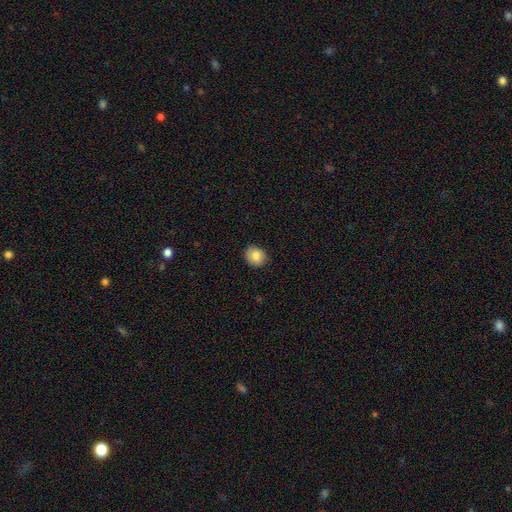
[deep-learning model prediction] Q: Smooth or featured?
A: smooth (83%); runner-up: star or artifact (9%)
Q: How rounded?
A: round (72%); runner-up: in between (27%)
Q: Merging?
A: none (87%); runner-up: minor disturbance (10%)